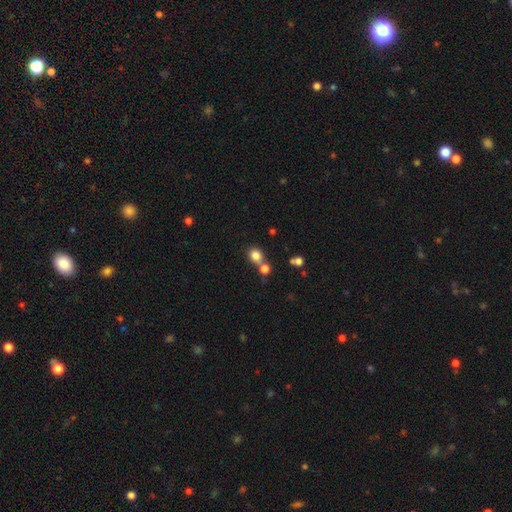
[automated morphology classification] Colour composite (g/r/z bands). It shows a smooth galaxy with no disk features (81%) that is round (73%). Merging: none (54%).